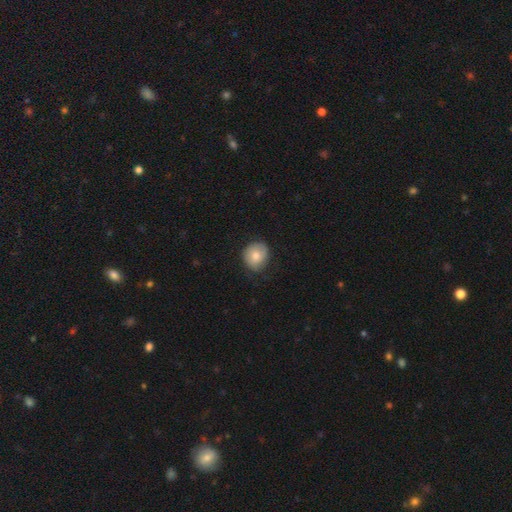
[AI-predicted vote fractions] Smooth or featured?
  - smooth: 73% *
  - featured or disk: 20%
  - star or artifact: 7%
How rounded?
  - round: 79% *
  - in between: 20%
  - cigar-shaped: 1%
Merging?
  - none: 72% *
  - minor disturbance: 23%
  - major disturbance: 5%
  - merger: 1%